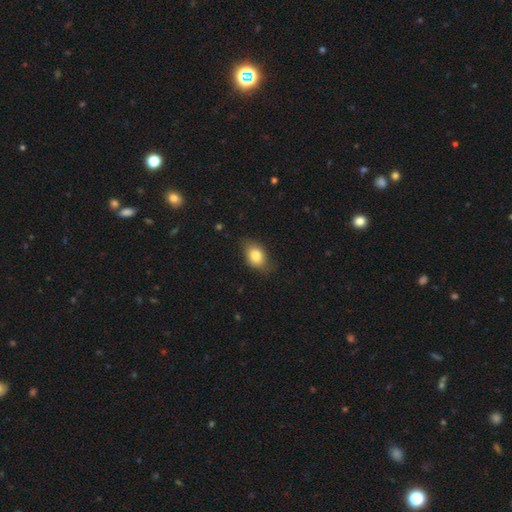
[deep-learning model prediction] Smooth or featured? Predicted: smooth (p=0.82). How rounded? Predicted: in between (p=0.78). Merging? Predicted: none (p=0.73).